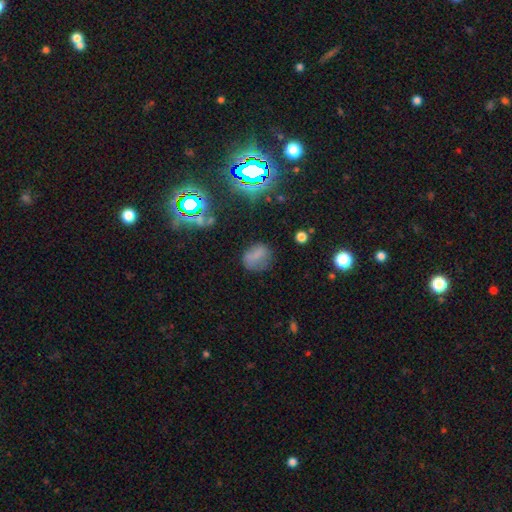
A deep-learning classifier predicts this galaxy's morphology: This is likely a smooth galaxy (63%). How rounded: possibly round (52%). Merging: likely none (64%).